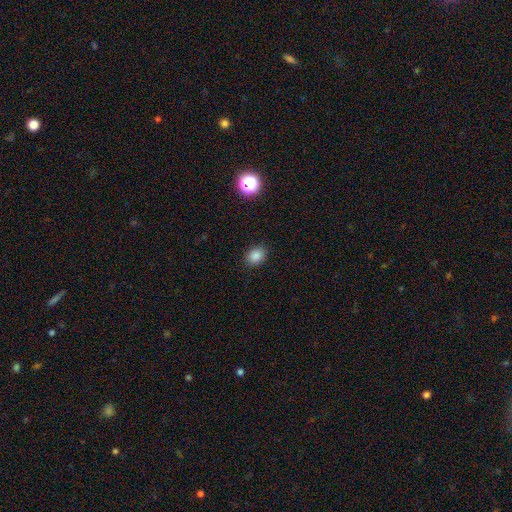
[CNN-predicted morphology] Smooth or featured: smooth — 83% (star or artifact — 12%)
How rounded: in between — 53% (round — 46%)
Merging: none — 88% (minor disturbance — 9%)